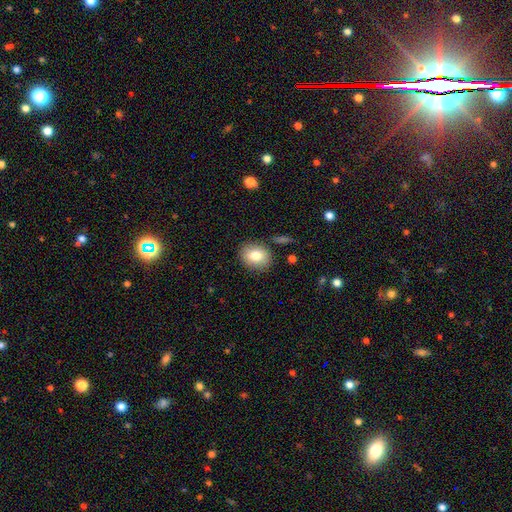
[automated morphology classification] The model was most divided on "how rounded": round: 56%, in between: 42%, cigar-shaped: 1%. More confident: merging — none (85%); smooth or featured — smooth (78%).